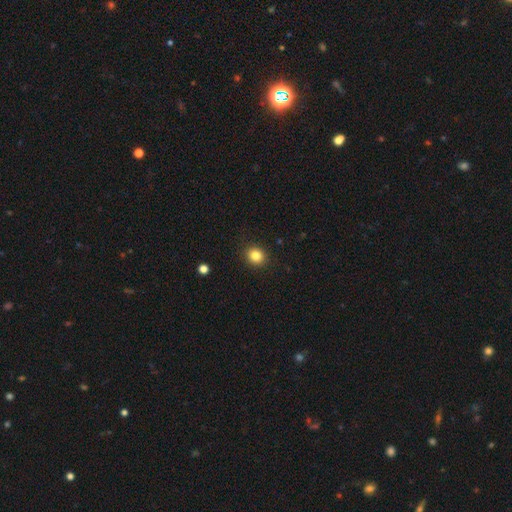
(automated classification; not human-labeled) This is clearly a smooth galaxy (84%). How rounded: clearly round (81%). Merging: clearly none (91%).